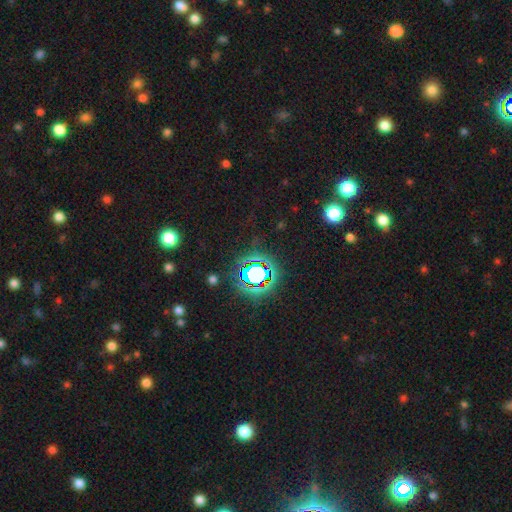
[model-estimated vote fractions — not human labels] smooth-or-featured: star or artifact: 74% | smooth: 17% | featured or disk: 9%